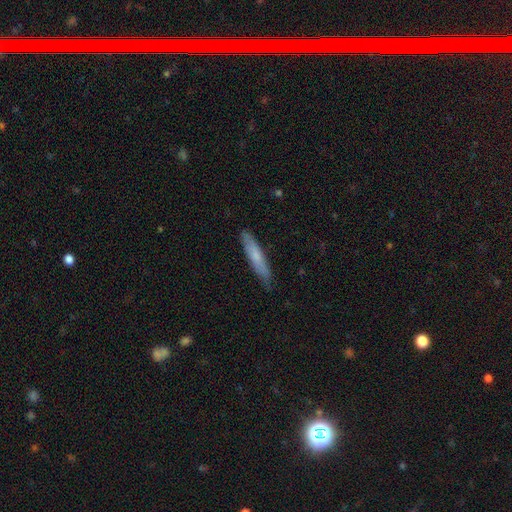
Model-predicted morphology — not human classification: Smooth or featured: smooth — 67% (featured or disk — 28%)
How rounded: cigar-shaped — 88% (in between — 11%)
Merging: none — 83% (minor disturbance — 14%)